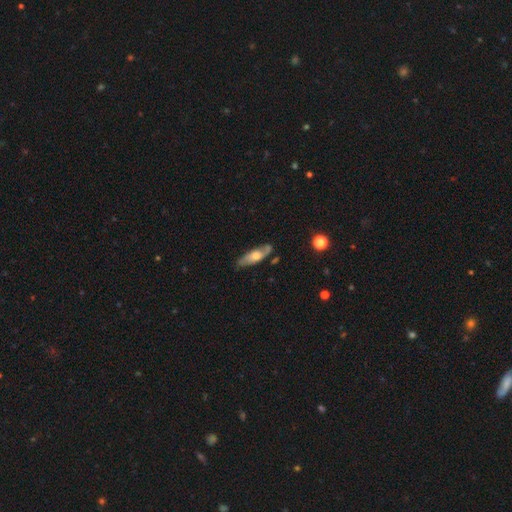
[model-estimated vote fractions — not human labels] Overall: featured or disk (48%; smooth 46%). Merging: none (68%).